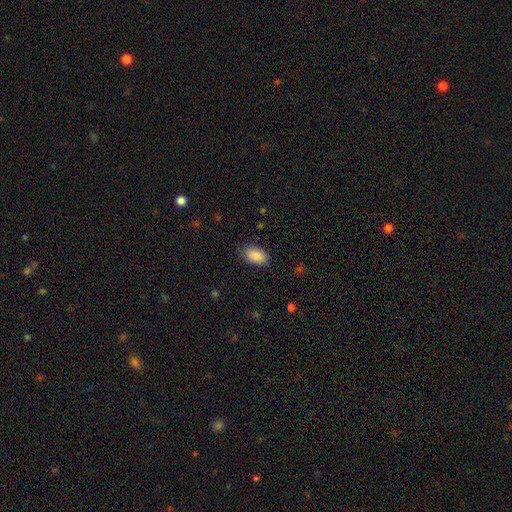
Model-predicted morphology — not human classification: Q: Smooth or featured?
A: smooth (90%); runner-up: star or artifact (7%)
Q: How rounded?
A: in between (94%); runner-up: round (5%)
Q: Merging?
A: none (85%); runner-up: minor disturbance (11%)